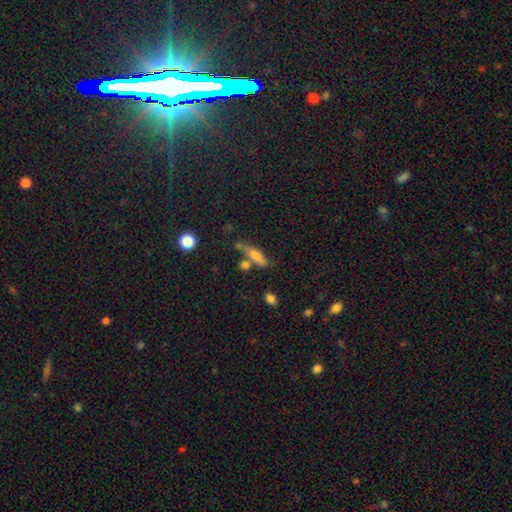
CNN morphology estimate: Overall: smooth (60%; featured or disk 30%). How rounded: cigar-shaped (56%; in between 39%). Merging: none (55%; merger 19%).